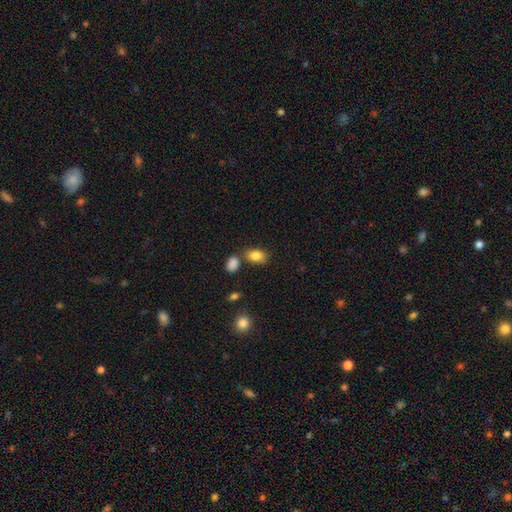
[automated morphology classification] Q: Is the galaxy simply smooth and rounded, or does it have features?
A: smooth — 85%.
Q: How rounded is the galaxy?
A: in between — 84%.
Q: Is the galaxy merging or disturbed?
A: none — 68%.